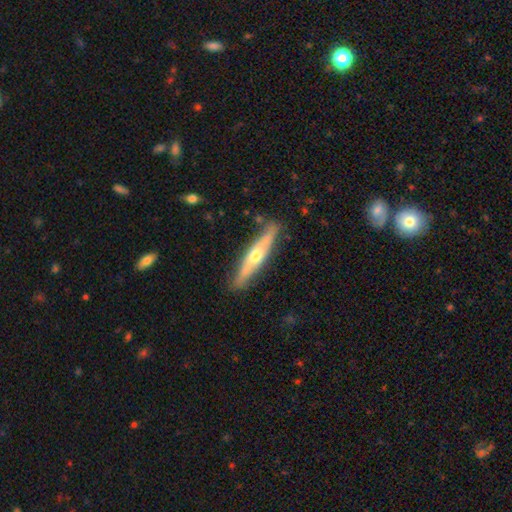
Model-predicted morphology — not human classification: Smooth or featured? featured or disk (56%)
Edge-on disk? yes (84%)
Merging? none (83%)